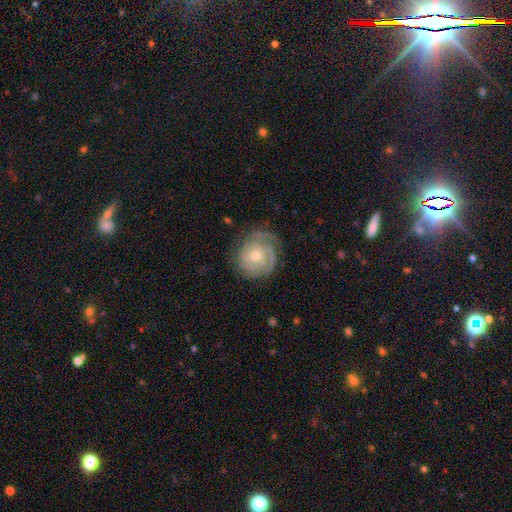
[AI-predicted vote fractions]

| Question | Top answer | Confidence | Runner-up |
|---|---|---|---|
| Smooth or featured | featured or disk | 81% | smooth (12%) |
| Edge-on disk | no | 97% | yes (3%) |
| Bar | no | 74% | weak (22%) |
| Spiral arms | yes | 95% | no (5%) |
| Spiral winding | tight | 75% | medium (20%) |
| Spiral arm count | can't tell | 30% | 3 (25%) |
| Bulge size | small | 50% | moderate (47%) |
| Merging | none | 73% | minor disturbance (18%) |